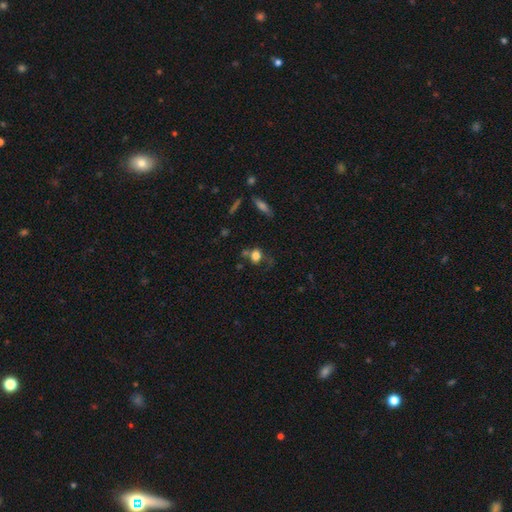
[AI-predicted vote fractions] smooth 77%, star or artifact 12%, featured or disk 11%. Down the decision tree: how rounded — in between (53%); merging — none (47%).